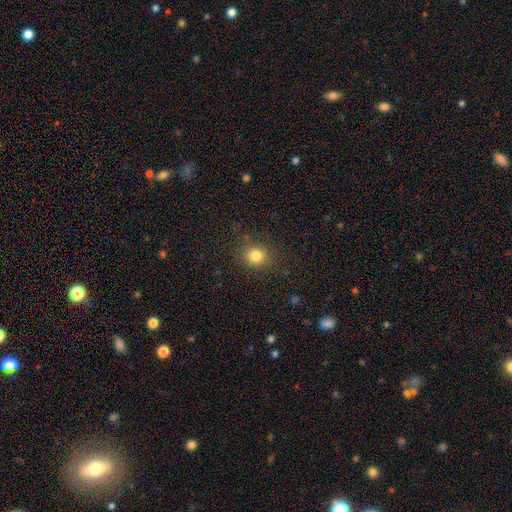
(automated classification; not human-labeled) smooth-or-featured: smooth: 81% | star or artifact: 13% | featured or disk: 6%
  how-rounded: round: 83% | in between: 16% | cigar-shaped: 1%
  merging: none: 86% | minor disturbance: 9% | major disturbance: 4% | merger: 2%